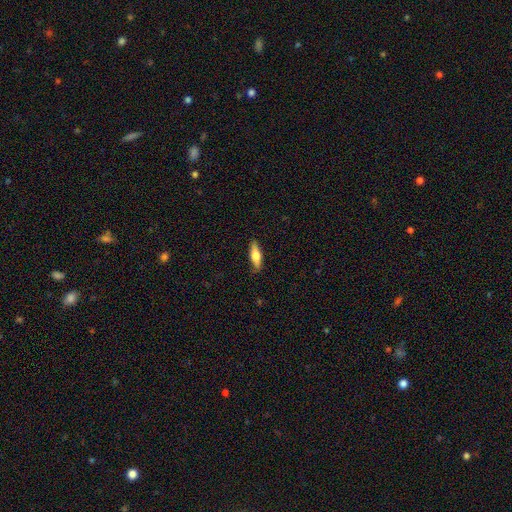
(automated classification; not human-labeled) Smooth or featured? Predicted: smooth (p=0.53). How rounded? Predicted: cigar-shaped (p=0.55). Merging? Predicted: none (p=0.85).